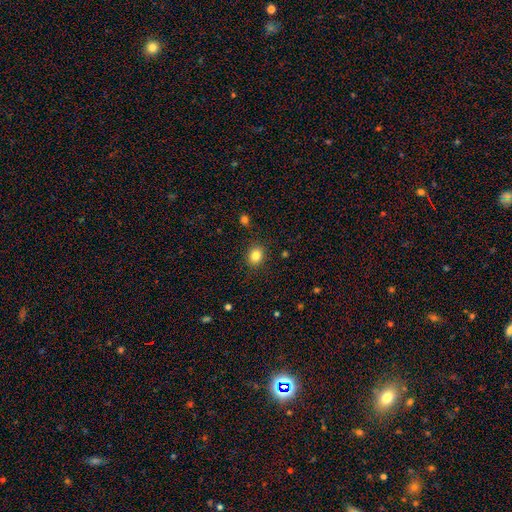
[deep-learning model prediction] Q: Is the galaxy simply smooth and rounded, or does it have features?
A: smooth — 83%.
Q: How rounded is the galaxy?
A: round — 62%.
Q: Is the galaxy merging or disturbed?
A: none — 88%.